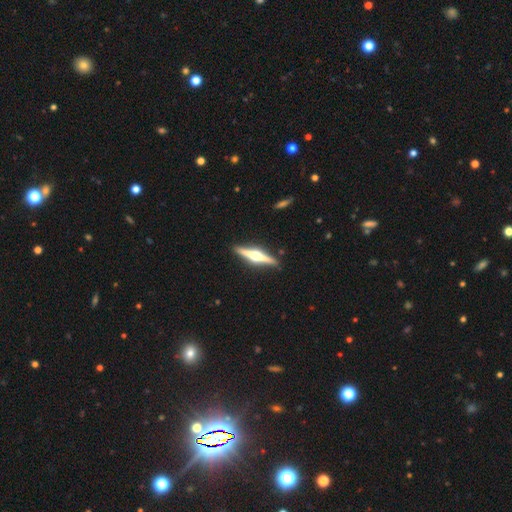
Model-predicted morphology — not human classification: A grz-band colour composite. It shows a featured or disk galaxy (80%) viewed edge-on (98%) with a rounded central bulge (96%). Merging: none (91%).